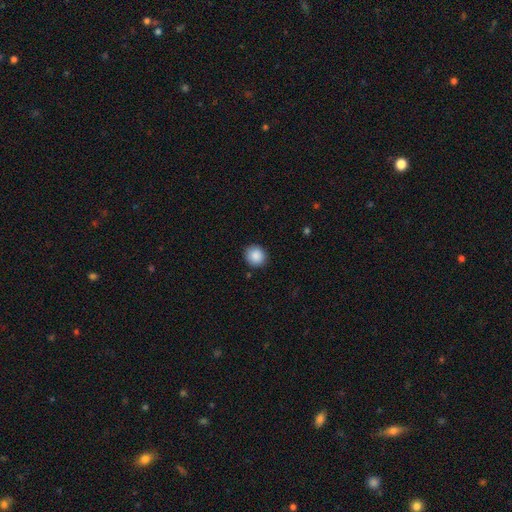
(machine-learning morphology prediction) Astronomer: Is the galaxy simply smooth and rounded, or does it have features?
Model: smooth — 89%.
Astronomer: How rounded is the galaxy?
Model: round — 86%.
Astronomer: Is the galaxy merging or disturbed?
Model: none — 90%.